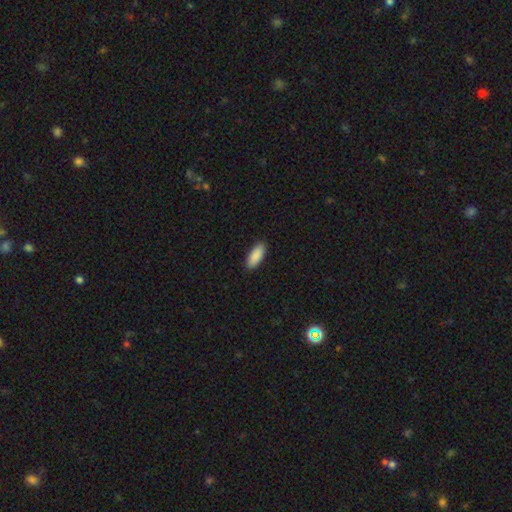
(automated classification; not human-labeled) A smooth galaxy with no disk features (90%) that is in between round and cigar-shaped (83%).

Vote fractions:
- Smooth or featured? smooth: 90% / star or artifact: 6% / featured or disk: 4%
- How rounded? in between: 83% / cigar-shaped: 16% / round: 2%
- Merging? none: 90% / minor disturbance: 7% / major disturbance: 2% / merger: 1%